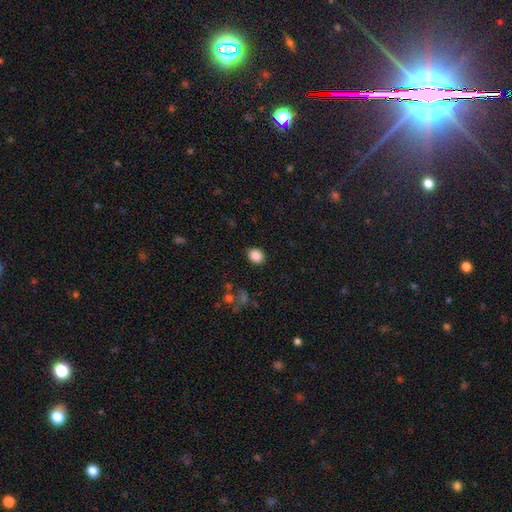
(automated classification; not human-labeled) Smooth or featured? smooth (87%)
How rounded? round (54%)
Merging? none (89%)